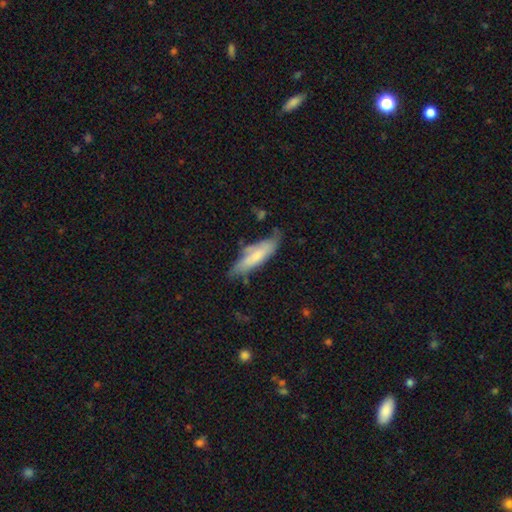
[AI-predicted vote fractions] smooth_or_featured: smooth (p=0.63) [alt: featured or disk p=0.31]
how_rounded: cigar-shaped (p=0.64) [alt: in between p=0.35]
merging: none (p=0.56) [alt: minor disturbance p=0.30]